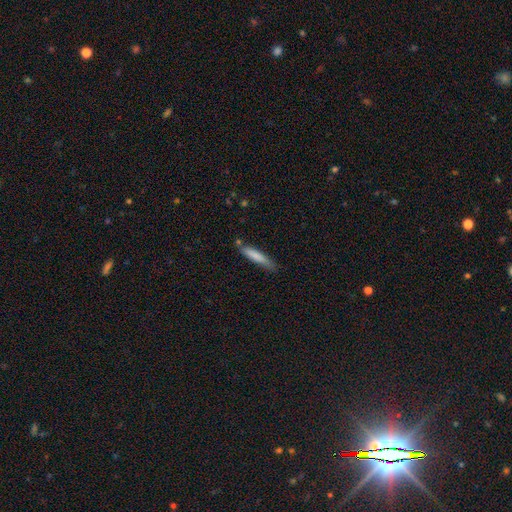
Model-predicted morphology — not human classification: A smooth galaxy with no disk features (78%) that is cigar-shaped (88%). Merging: none (71%).